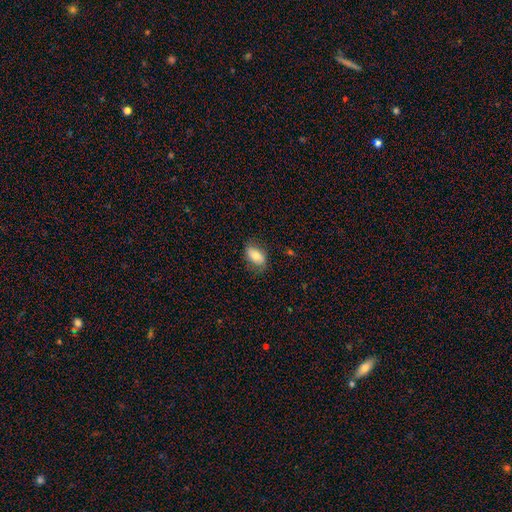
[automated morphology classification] Smooth or featured? smooth (73%)
How rounded? in between (90%)
Merging? none (75%)